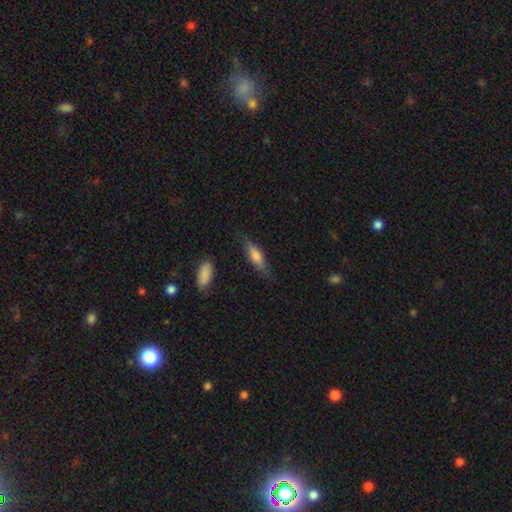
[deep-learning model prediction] smooth 51%, featured or disk 42%, star or artifact 7%. Down the decision tree: how rounded — cigar-shaped (60%); merging — none (74%).